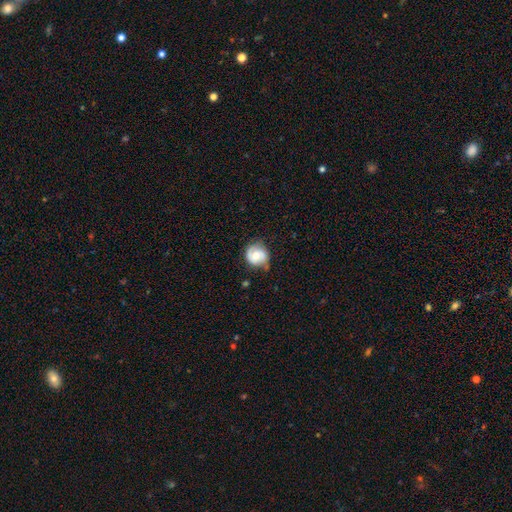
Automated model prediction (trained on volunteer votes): Morphology: type=featured or disk (49%); merging=none (67%).